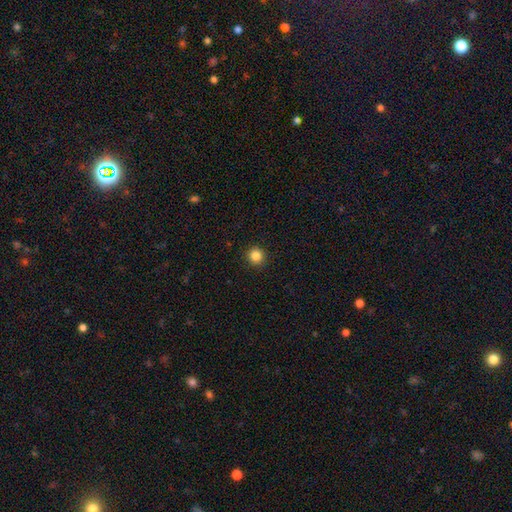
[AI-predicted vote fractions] This appears to be a smooth galaxy with no disk features (85%) that is round (93%). Merging: none (92%).